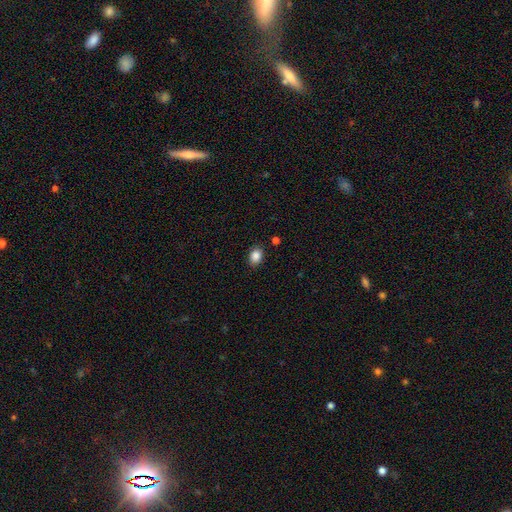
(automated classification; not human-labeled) Smooth or featured: smooth — 86% (star or artifact — 9%)
How rounded: in between — 65% (round — 34%)
Merging: none — 86% (minor disturbance — 9%)